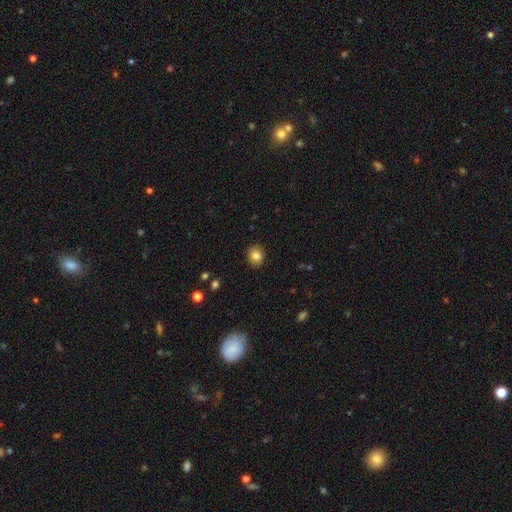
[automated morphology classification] Smooth or featured?
  - smooth: 82% *
  - star or artifact: 10%
  - featured or disk: 9%
How rounded?
  - round: 63% *
  - in between: 36%
  - cigar-shaped: 1%
Merging?
  - none: 87% *
  - minor disturbance: 10%
  - major disturbance: 2%
  - merger: 1%